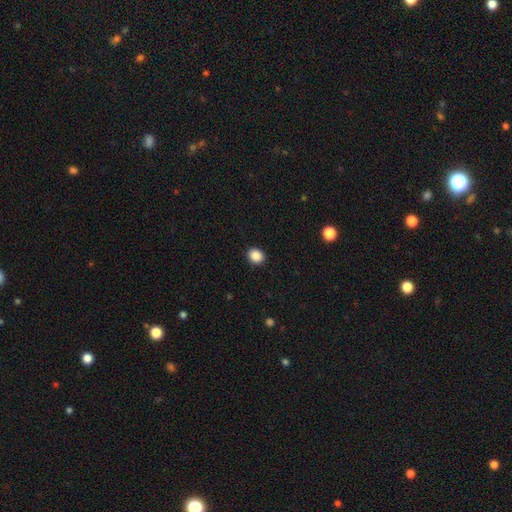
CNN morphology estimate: Q: Smooth or featured?
A: smooth (88%); runner-up: star or artifact (9%)
Q: How rounded?
A: round (63%); runner-up: in between (36%)
Q: Merging?
A: none (92%); runner-up: minor disturbance (6%)